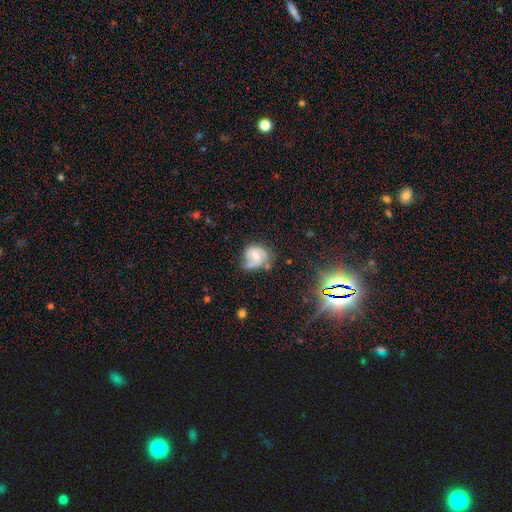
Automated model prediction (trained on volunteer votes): This appears to be a featured or disk galaxy (56%) with no bar (63%), spiral arms (79%) and a moderate central bulge (48%). Merging: none (43%).